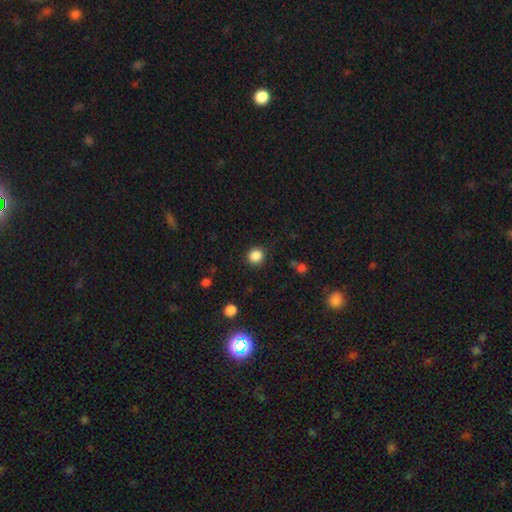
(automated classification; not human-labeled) Smooth or featured? Predicted: smooth (p=0.86). How rounded? Predicted: round (p=0.85). Merging? Predicted: none (p=0.86).